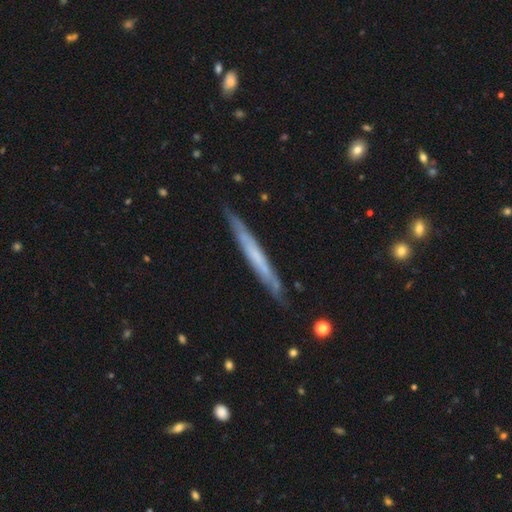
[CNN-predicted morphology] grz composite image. It shows a featured or disk galaxy (55%) viewed edge-on (92%) with no central bulge (83%). Merging: none (85%).